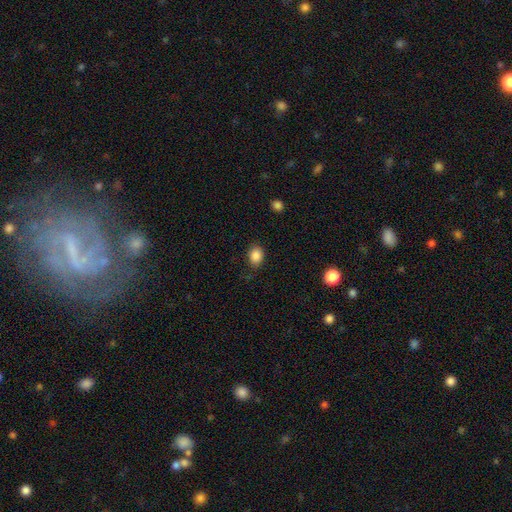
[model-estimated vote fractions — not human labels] Smooth or featured? smooth (86%)
How rounded? in between (54%)
Merging? none (79%)